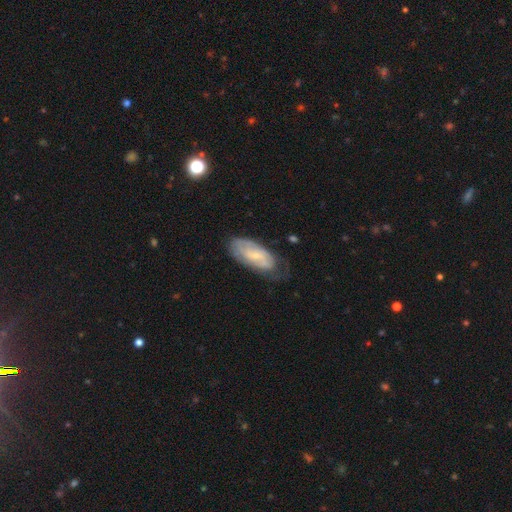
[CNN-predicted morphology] The model was most divided on "bar": no: 52%, weak: 38%, strong: 10%. More confident: edge-on disk — no (91%); spiral arms — yes (71%); bulge size — small (65%); merging — none (56%); smooth or featured — featured or disk (55%).